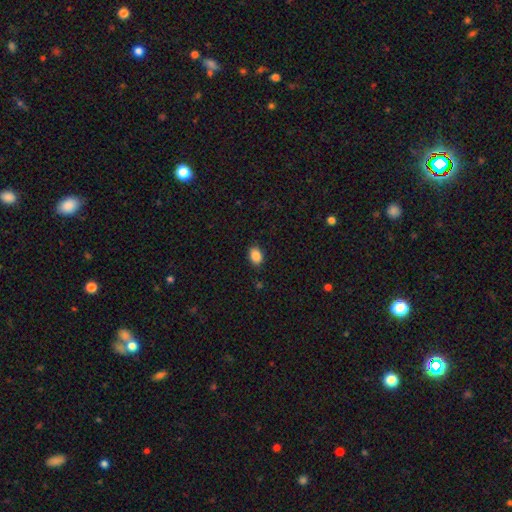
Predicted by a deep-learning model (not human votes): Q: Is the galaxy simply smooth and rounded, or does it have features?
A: smooth — 87%.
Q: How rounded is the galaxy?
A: in between — 74%.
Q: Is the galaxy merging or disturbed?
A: none — 85%.